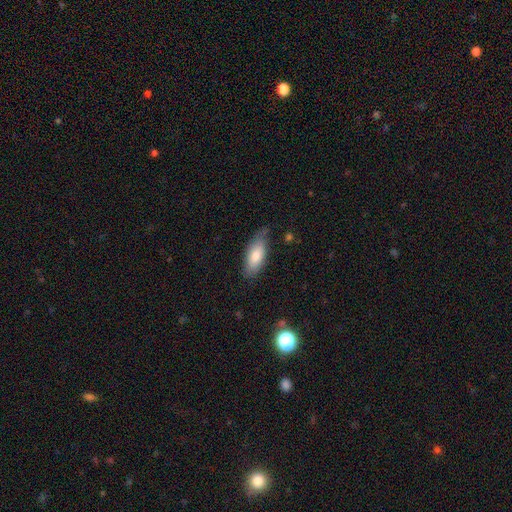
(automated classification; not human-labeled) Overall: smooth (75%). How rounded: in between (81%). Merging: none (63%; minor disturbance 30%).